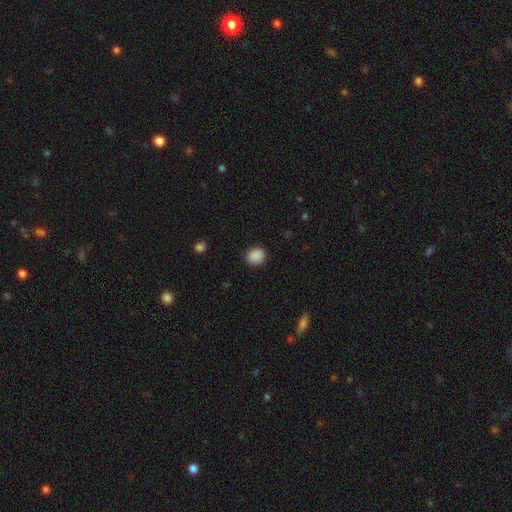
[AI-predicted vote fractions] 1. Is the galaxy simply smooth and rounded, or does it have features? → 89% smooth, 9% star or artifact, 3% featured or disk.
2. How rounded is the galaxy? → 68% round, 31% in between, 1% cigar-shaped.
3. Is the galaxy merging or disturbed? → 88% none, 9% minor disturbance, 2% major disturbance, 1% merger.